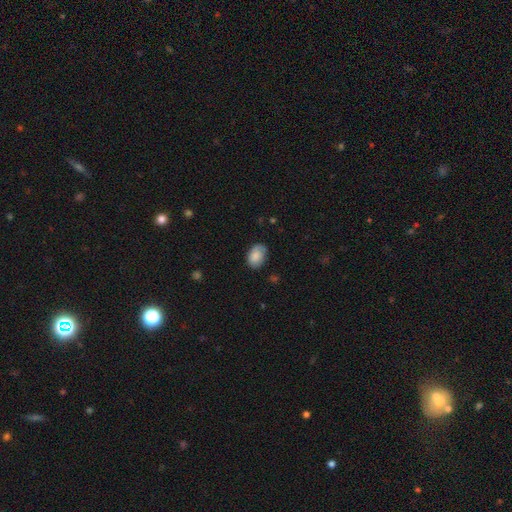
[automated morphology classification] Smooth or featured? Predicted: smooth (p=0.78). How rounded? Predicted: in between (p=0.82). Merging? Predicted: none (p=0.69).